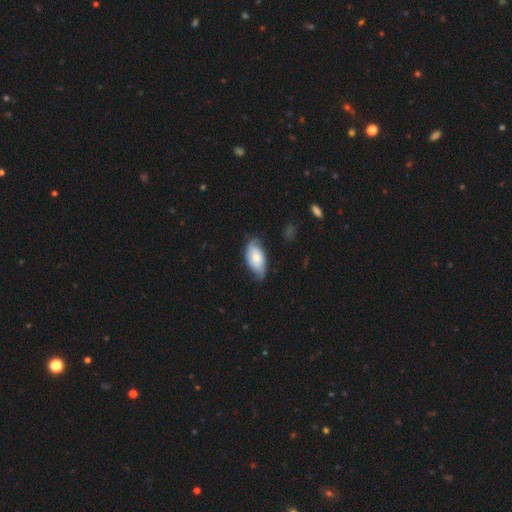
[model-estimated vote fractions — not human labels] Smooth or featured? smooth (60%)
How rounded? in between (93%)
Merging? none (59%)